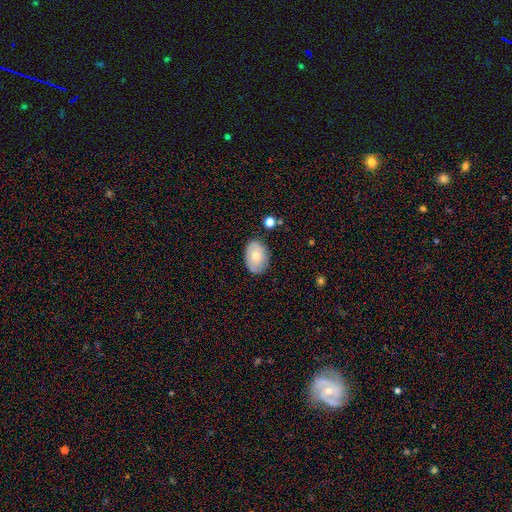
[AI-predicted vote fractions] smooth_or_featured: smooth (p=0.74) [alt: featured or disk p=0.19]
how_rounded: in between (p=0.84) [alt: round p=0.15]
merging: none (p=0.82) [alt: minor disturbance p=0.14]